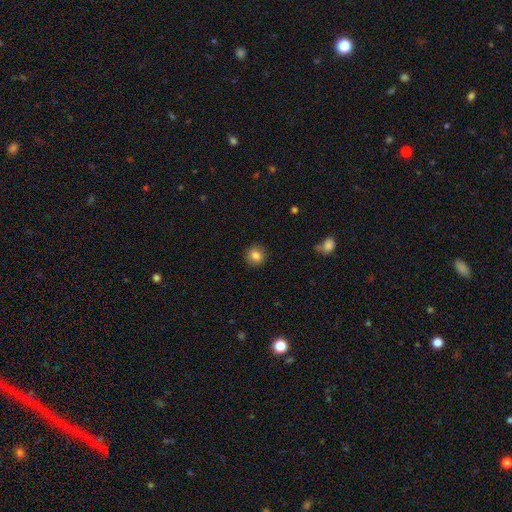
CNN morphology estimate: A smooth galaxy with no disk features (83%) that is round (87%). Merging: none (89%).